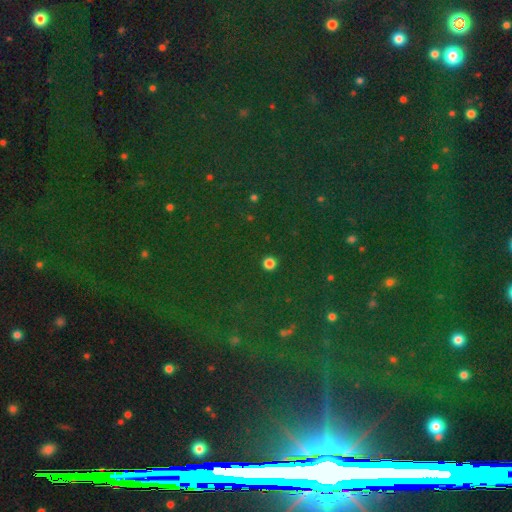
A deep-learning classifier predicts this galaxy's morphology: type=star or artifact (80%).